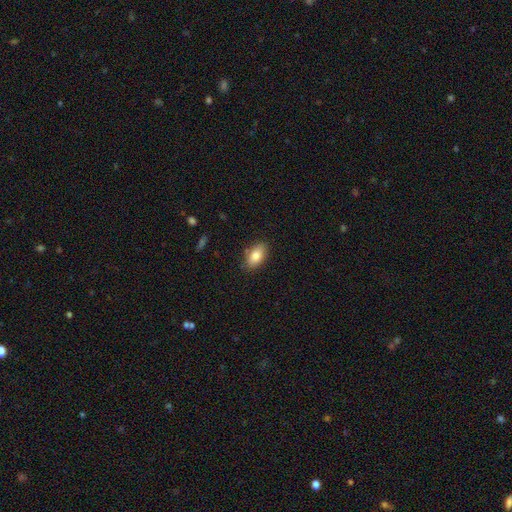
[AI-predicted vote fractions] This is clearly a smooth galaxy (83%). How rounded: clearly in between (91%). Merging: clearly none (83%).